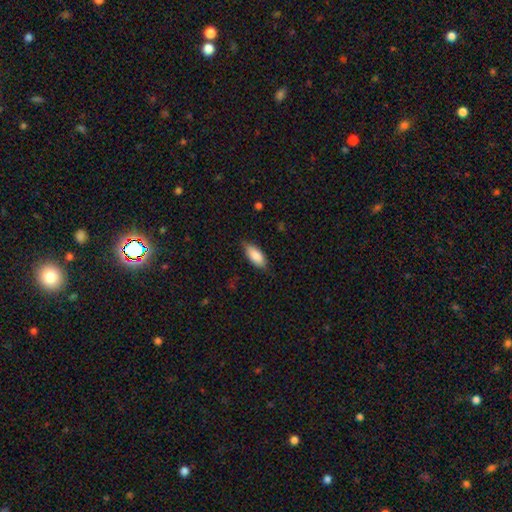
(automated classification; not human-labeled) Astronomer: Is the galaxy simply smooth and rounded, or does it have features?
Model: smooth — 84%.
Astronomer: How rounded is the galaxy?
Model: in between — 84%.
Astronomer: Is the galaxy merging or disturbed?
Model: none — 78%.